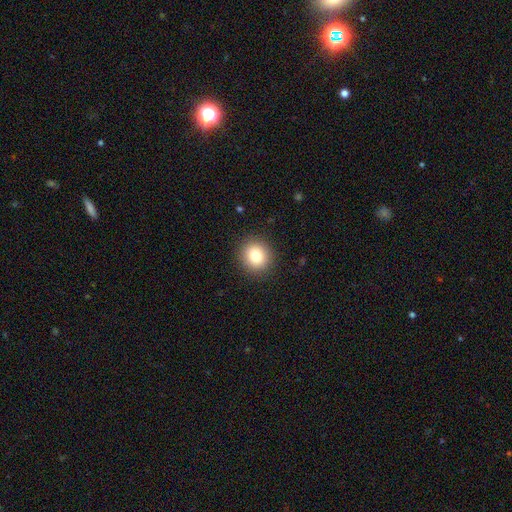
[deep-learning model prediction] smooth 80%, star or artifact 11%, featured or disk 9%. Down the decision tree: how rounded — round (88%); merging — none (91%).